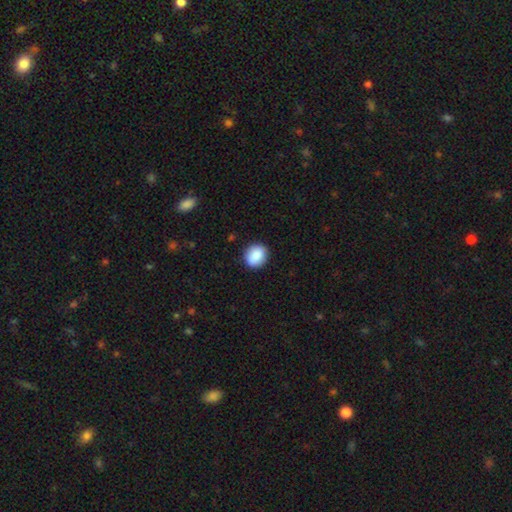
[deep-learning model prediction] Smooth or featured? Predicted: smooth (p=0.87). How rounded? Predicted: round (p=0.73). Merging? Predicted: none (p=0.88).